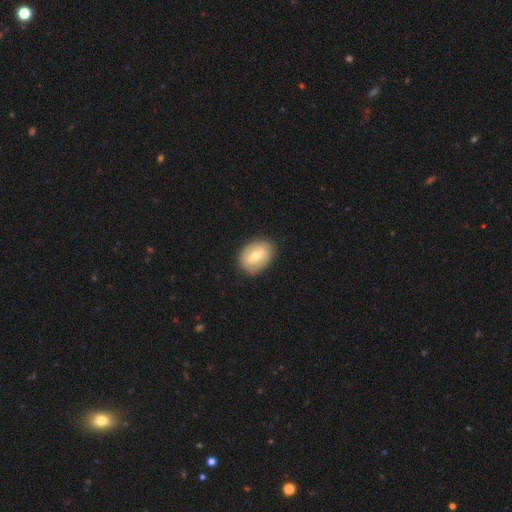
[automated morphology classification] type=smooth (57%); roundness=in between (75%); merging=none (85%).